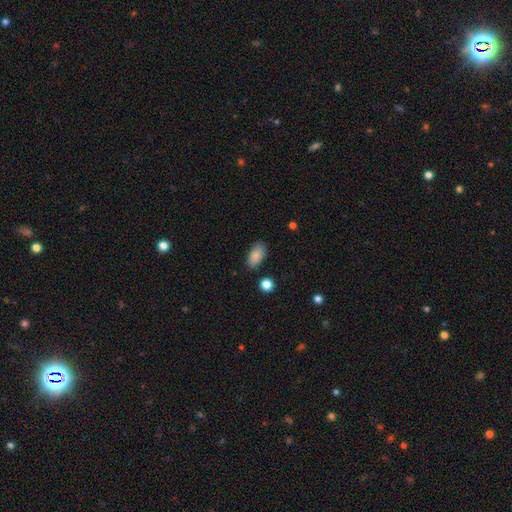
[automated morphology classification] type=smooth (87%); roundness=in between (92%); merging=none (81%).